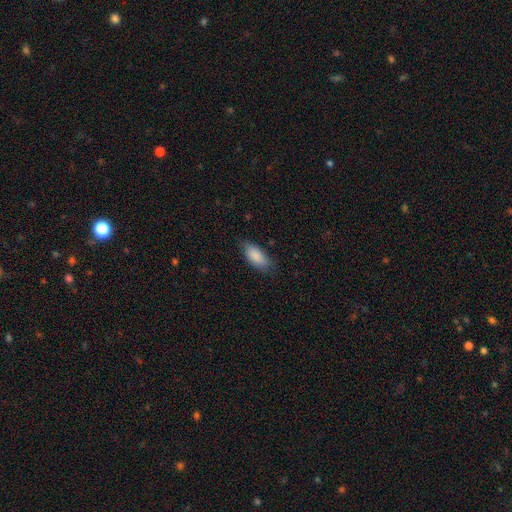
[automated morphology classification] Q: Smooth or featured?
A: smooth (88%); runner-up: featured or disk (6%)
Q: How rounded?
A: in between (88%); runner-up: cigar-shaped (10%)
Q: Merging?
A: none (77%); runner-up: minor disturbance (18%)